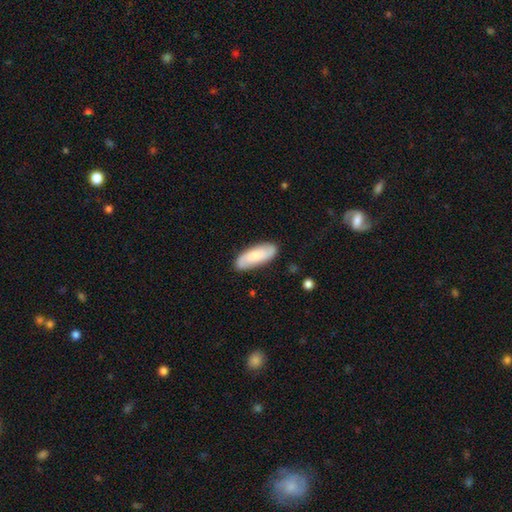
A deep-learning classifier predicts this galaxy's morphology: smooth-or-featured: smooth: 62% | featured or disk: 32% | star or artifact: 6%
  how-rounded: in between: 74% | cigar-shaped: 24% | round: 2%
  merging: none: 84% | minor disturbance: 12% | major disturbance: 2% | merger: 1%